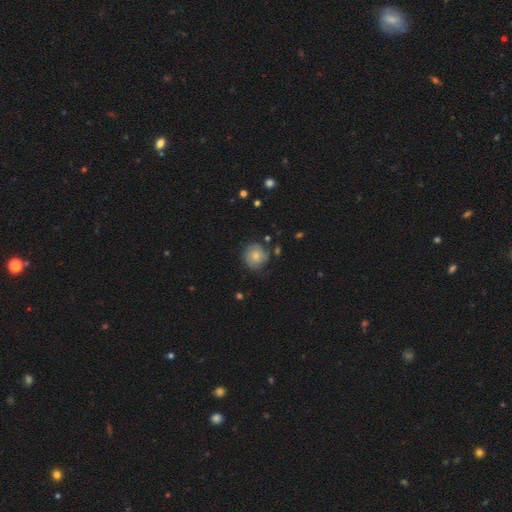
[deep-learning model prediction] A smooth galaxy with no disk features (72%) that is round (92%). Merging: none (77%).